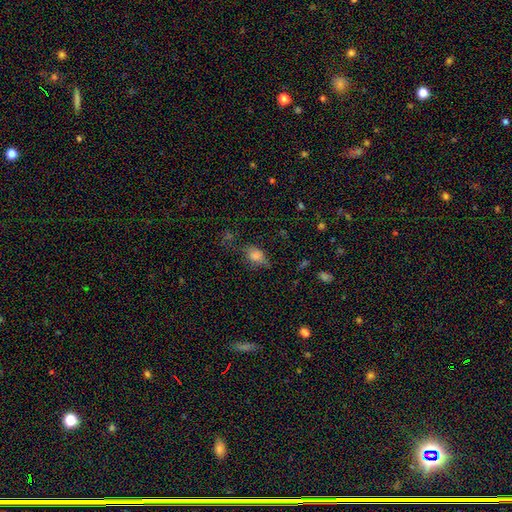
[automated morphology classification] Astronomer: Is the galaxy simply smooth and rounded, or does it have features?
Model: smooth — 73%.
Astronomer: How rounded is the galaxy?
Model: in between — 76%.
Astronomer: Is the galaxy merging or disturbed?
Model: none — 49% (runner-up: minor disturbance, 31%).